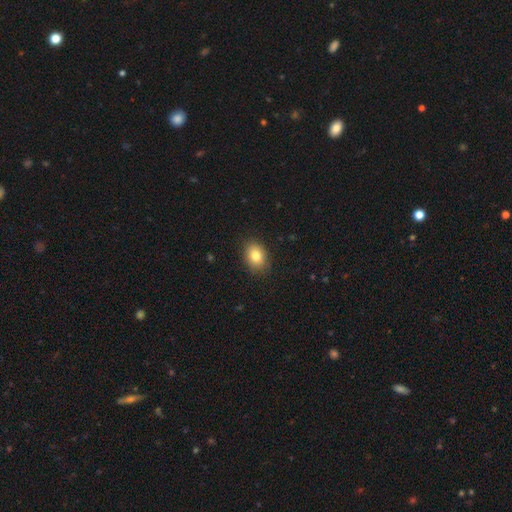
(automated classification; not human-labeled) Smooth or featured: smooth — 82% (star or artifact — 9%)
How rounded: in between — 70% (round — 29%)
Merging: none — 85% (minor disturbance — 11%)